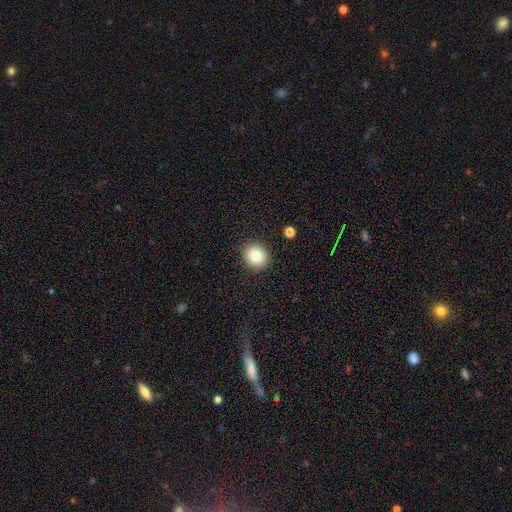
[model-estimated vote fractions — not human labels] Q: Smooth or featured?
A: smooth (85%); runner-up: star or artifact (9%)
Q: How rounded?
A: round (82%); runner-up: in between (17%)
Q: Merging?
A: none (89%); runner-up: minor disturbance (7%)